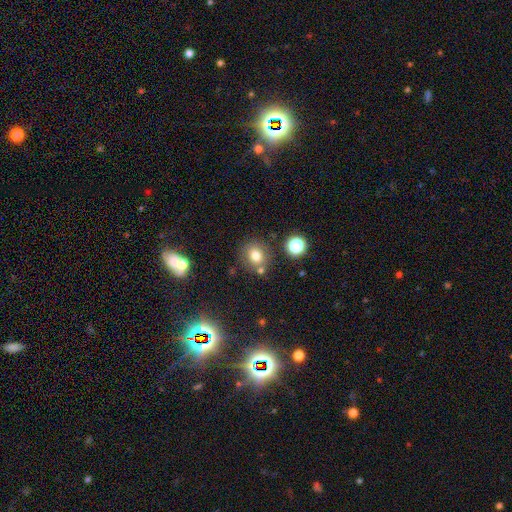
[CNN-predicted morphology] Overall: smooth (75%). How rounded: round (77%). Merging: none (73%).